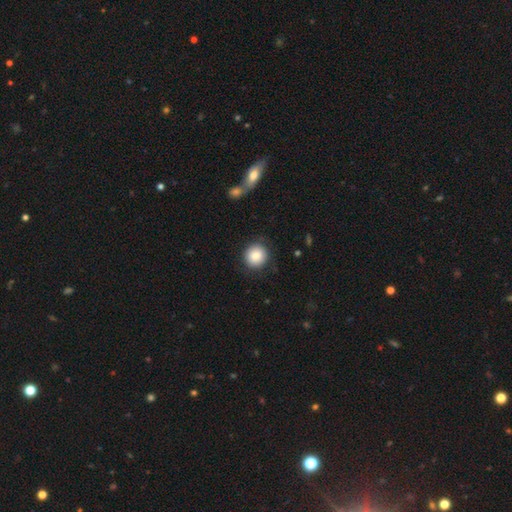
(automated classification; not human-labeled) A smooth galaxy with no disk features (84%) that is round (92%). Merging: none (85%).